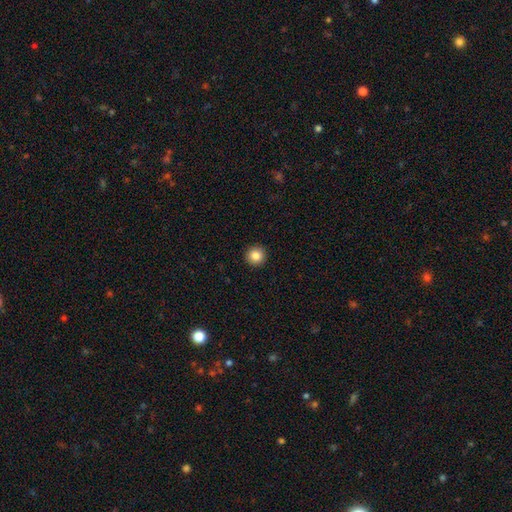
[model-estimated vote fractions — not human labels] This is clearly a smooth galaxy (86%). How rounded: clearly round (96%). Merging: clearly none (94%).